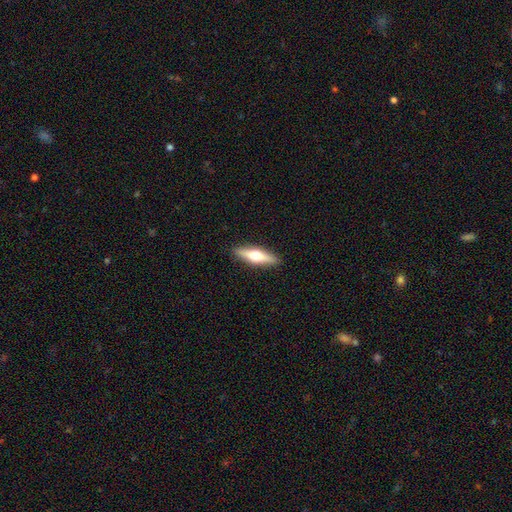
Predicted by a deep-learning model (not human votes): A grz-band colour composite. It shows a featured or disk galaxy (48%). Merging: none (90%).